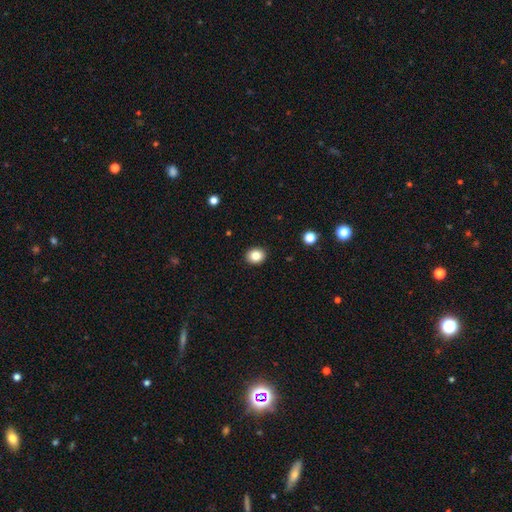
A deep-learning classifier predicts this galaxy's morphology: Smooth or featured?
  - smooth: 84% *
  - star or artifact: 10%
  - featured or disk: 5%
How rounded?
  - round: 69% *
  - in between: 30%
  - cigar-shaped: 1%
Merging?
  - none: 92% *
  - minor disturbance: 6%
  - major disturbance: 2%
  - merger: 1%